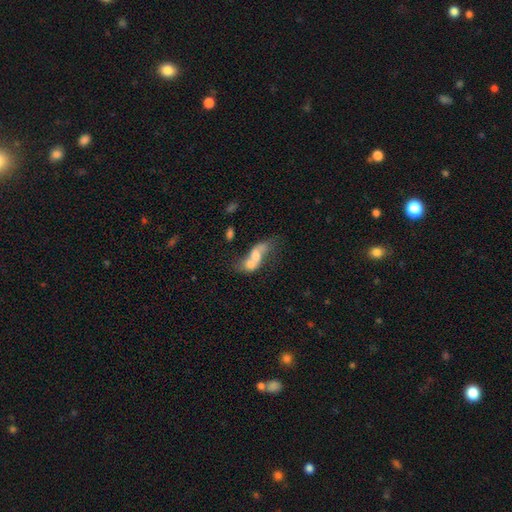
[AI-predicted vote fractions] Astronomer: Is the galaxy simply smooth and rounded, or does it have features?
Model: smooth — 50% (runner-up: featured or disk, 40%).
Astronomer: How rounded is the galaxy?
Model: in between — 72%.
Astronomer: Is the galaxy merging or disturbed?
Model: merger — 70%.